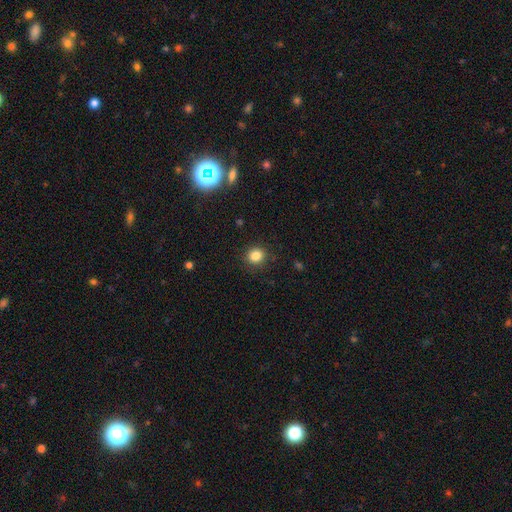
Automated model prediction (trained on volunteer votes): Morphology: type=smooth (84%); roundness=round (86%); merging=none (89%).